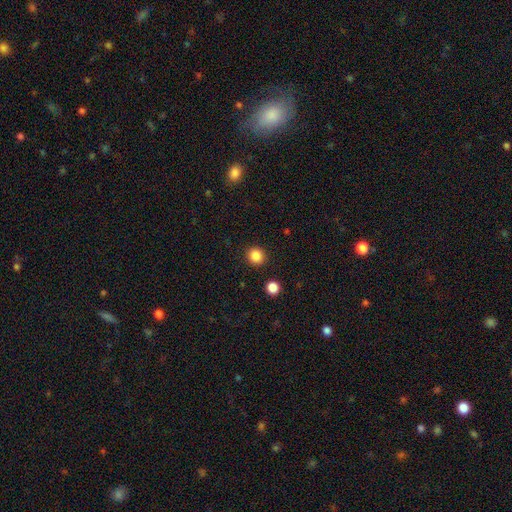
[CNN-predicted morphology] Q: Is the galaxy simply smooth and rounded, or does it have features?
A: smooth — 86%.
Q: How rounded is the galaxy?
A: round — 91%.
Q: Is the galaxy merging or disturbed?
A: none — 91%.